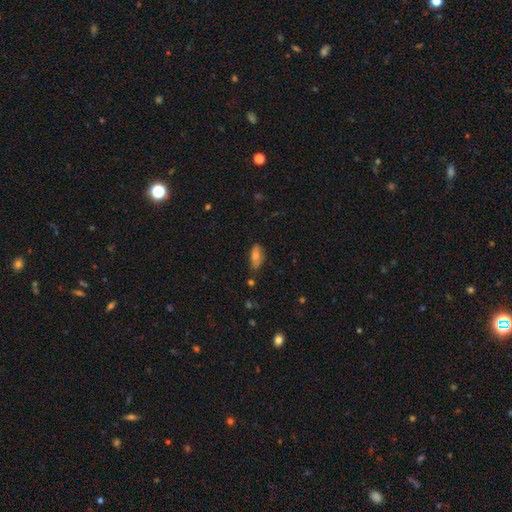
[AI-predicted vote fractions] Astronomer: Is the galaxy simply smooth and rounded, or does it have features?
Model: smooth — 70%.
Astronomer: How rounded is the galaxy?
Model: in between — 83%.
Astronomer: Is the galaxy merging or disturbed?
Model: none — 74%.